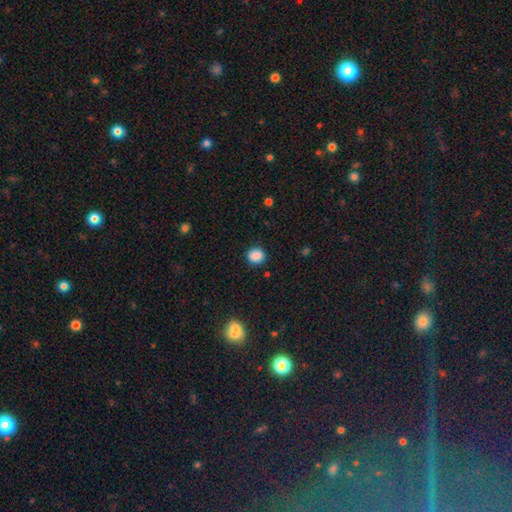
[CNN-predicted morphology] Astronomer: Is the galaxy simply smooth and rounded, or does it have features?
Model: smooth — 87%.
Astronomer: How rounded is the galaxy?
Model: round — 71%.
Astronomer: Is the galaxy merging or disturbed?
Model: none — 87%.